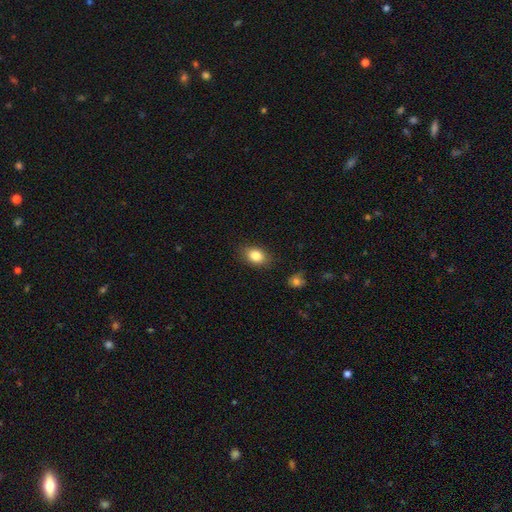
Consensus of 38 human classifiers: smooth-or-featured: smooth: 79% | featured or disk: 21% | star or artifact: 0%
  how-rounded: in between: 87% | round: 10% | cigar-shaped: 3%
  merging: none: 84% | minor disturbance: 16% | major disturbance: 0% | merger: 0%